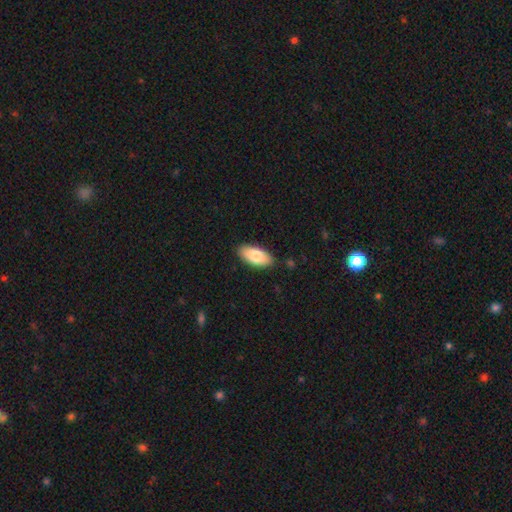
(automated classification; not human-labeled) The model was most divided on "smooth or featured": smooth: 81%, featured or disk: 13%, star or artifact: 6%. More confident: how rounded — in between (90%); merging — none (87%).